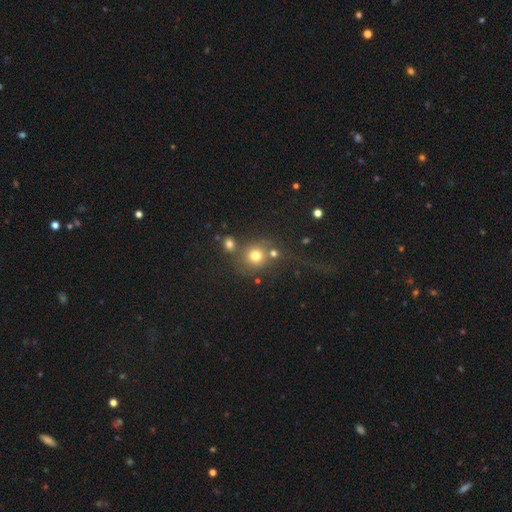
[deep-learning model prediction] A smooth galaxy with no disk features (73%) that is round (87%).

Vote fractions:
- Smooth or featured? smooth: 73% / star or artifact: 16% / featured or disk: 11%
- How rounded? round: 87% / in between: 12% / cigar-shaped: 1%
- Merging? none: 57% / merger: 24% / minor disturbance: 11% / major disturbance: 8%